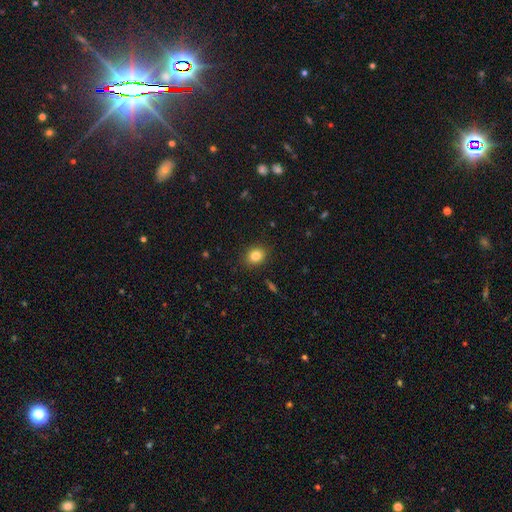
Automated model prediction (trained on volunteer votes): smooth 83%, star or artifact 11%, featured or disk 6%. Down the decision tree: how rounded — round (64%); merging — none (90%).